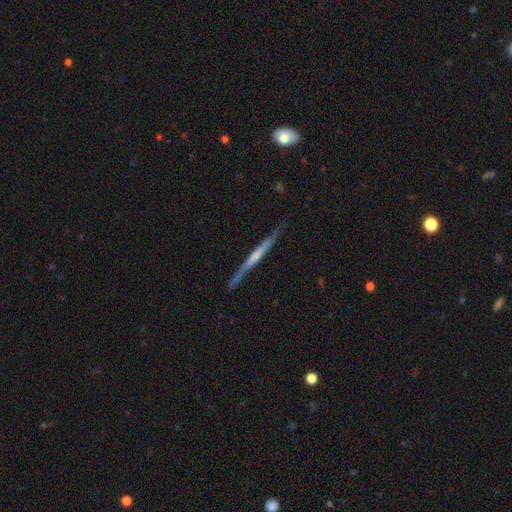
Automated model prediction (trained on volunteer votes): Smooth or featured? Predicted: featured or disk (p=0.66). Edge-on disk? Predicted: yes (p=0.97). Edge-on bulge? Predicted: none (p=0.63). Merging? Predicted: none (p=0.85).